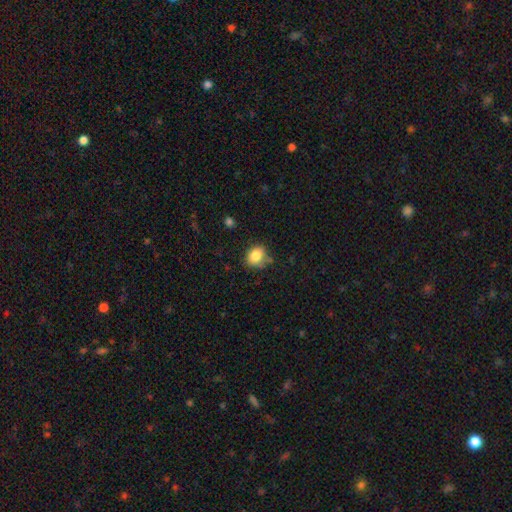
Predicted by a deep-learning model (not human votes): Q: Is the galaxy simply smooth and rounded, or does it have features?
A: smooth — 83%.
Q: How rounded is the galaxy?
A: round — 61%.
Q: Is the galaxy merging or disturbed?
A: none — 68%.